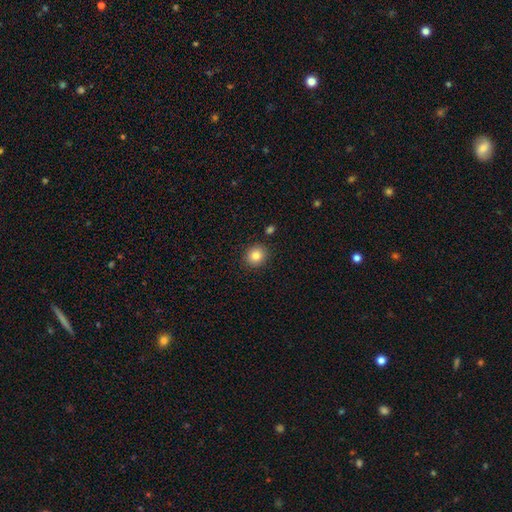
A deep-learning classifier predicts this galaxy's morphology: Smooth or featured: smooth — 84% (star or artifact — 10%)
How rounded: round — 79% (in between — 20%)
Merging: none — 88% (minor disturbance — 7%)